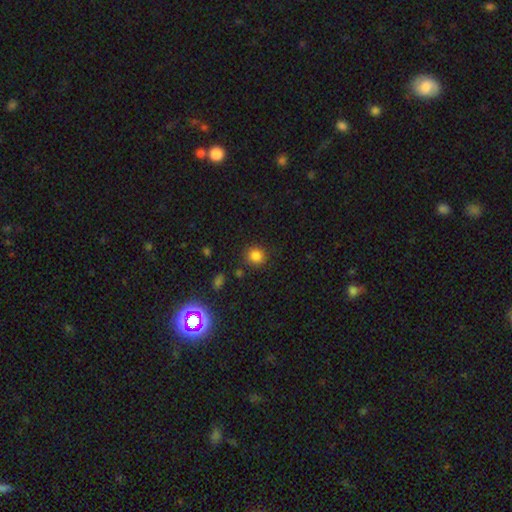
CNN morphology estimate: Q: Smooth or featured?
A: smooth (82%); runner-up: star or artifact (13%)
Q: How rounded?
A: round (88%); runner-up: in between (11%)
Q: Merging?
A: none (85%); runner-up: minor disturbance (9%)